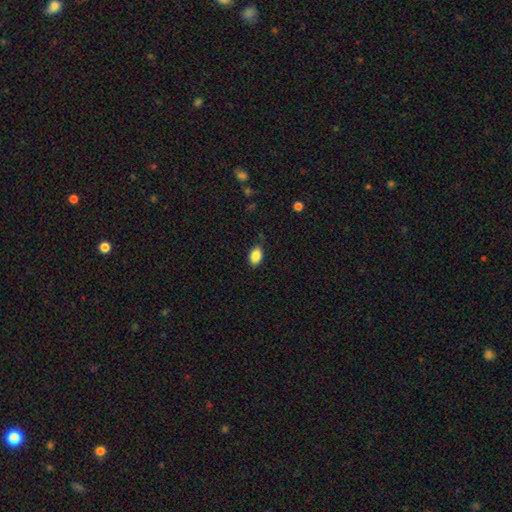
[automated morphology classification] Smooth or featured? smooth (87%)
How rounded? in between (88%)
Merging? none (81%)